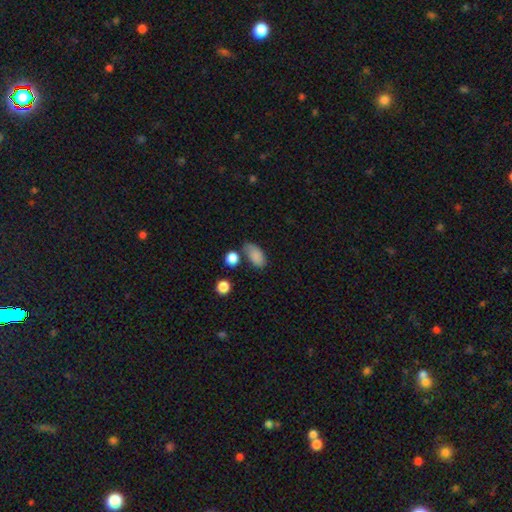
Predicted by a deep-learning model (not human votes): Smooth or featured: smooth — 85% (star or artifact — 9%)
How rounded: in between — 90% (round — 6%)
Merging: none — 59% (minor disturbance — 23%)